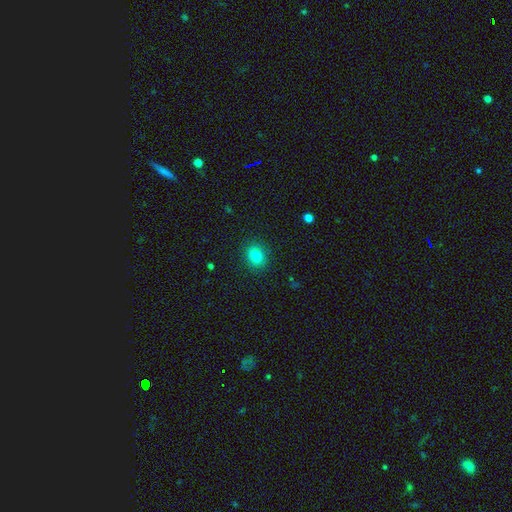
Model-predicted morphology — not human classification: Overall: smooth (82%). How rounded: round (62%; in between 37%). Merging: none (90%).